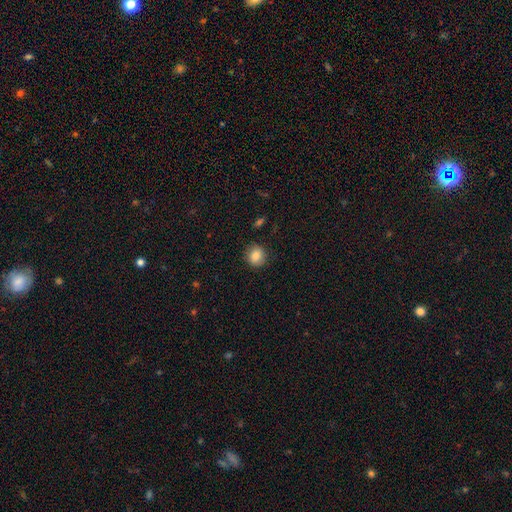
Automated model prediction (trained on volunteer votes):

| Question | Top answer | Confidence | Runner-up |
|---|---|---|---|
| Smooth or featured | smooth | 84% | star or artifact (9%) |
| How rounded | round | 80% | in between (19%) |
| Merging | none | 88% | minor disturbance (8%) |